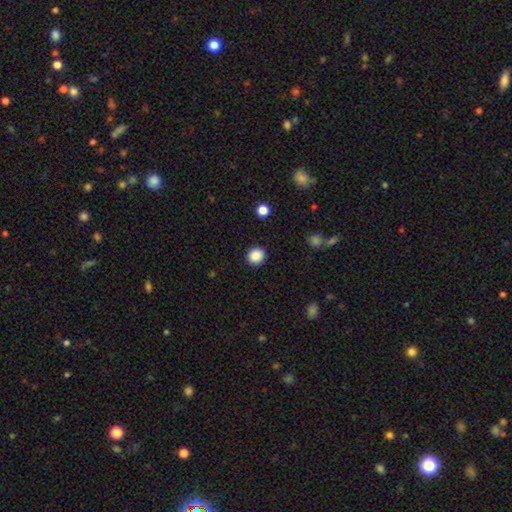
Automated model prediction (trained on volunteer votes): A smooth galaxy with no disk features (88%) that is round (85%). Merging: none (91%).